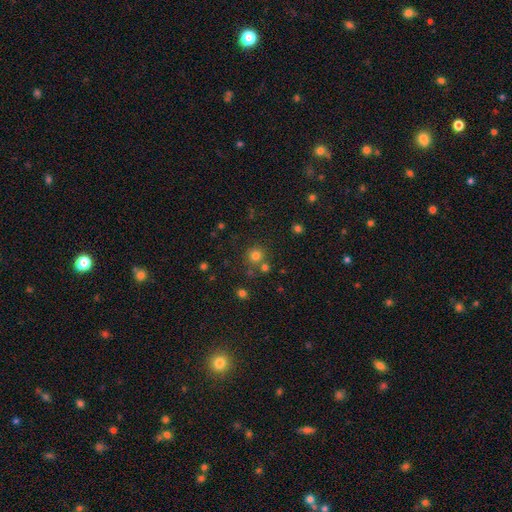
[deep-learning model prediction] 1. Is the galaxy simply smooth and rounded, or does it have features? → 76% smooth, 18% star or artifact, 7% featured or disk.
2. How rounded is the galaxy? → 92% round, 7% in between, 1% cigar-shaped.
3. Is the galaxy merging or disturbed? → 73% none, 15% merger, 8% minor disturbance, 3% major disturbance.